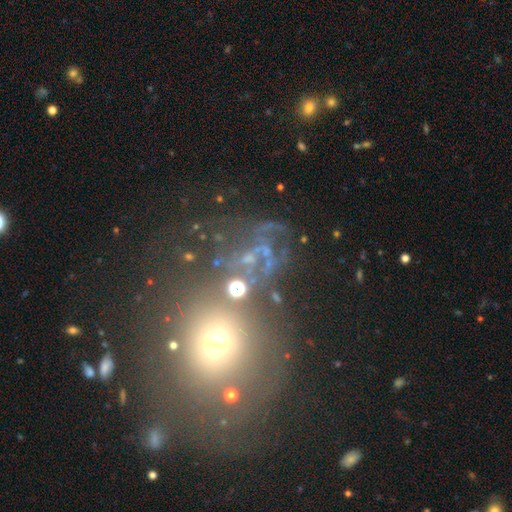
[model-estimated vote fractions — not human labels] This appears to be a star or artifact, not a galaxy (38%).